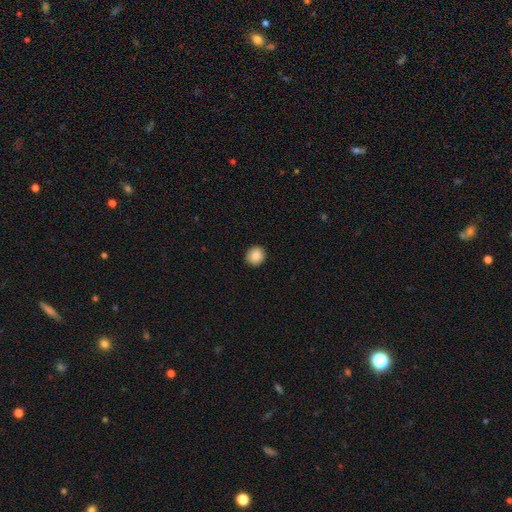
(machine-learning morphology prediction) smooth-or-featured: smooth: 88% | star or artifact: 8% | featured or disk: 3%
  how-rounded: round: 91% | in between: 8% | cigar-shaped: 1%
  merging: none: 92% | minor disturbance: 6% | major disturbance: 2% | merger: 1%